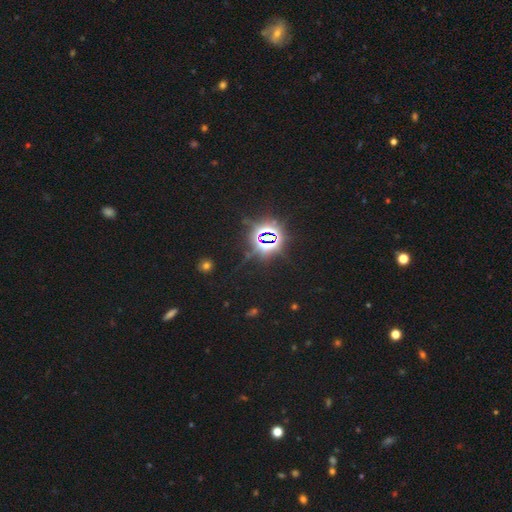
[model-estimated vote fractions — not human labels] Q: Smooth or featured?
A: star or artifact (84%); runner-up: smooth (10%)